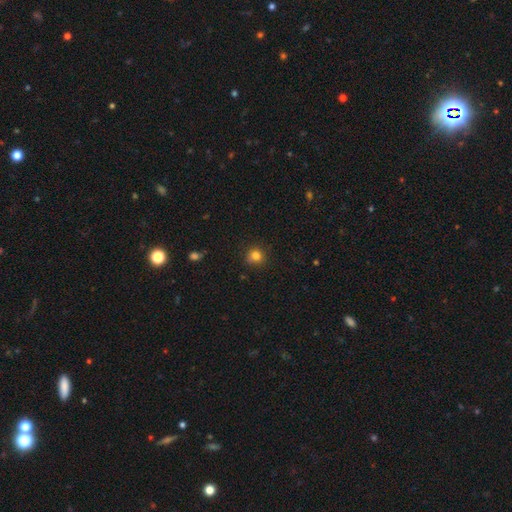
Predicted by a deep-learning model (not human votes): smooth_or_featured: smooth (p=0.82) [alt: star or artifact p=0.12]
how_rounded: round (p=0.87) [alt: in between p=0.12]
merging: none (p=0.84) [alt: minor disturbance p=0.12]